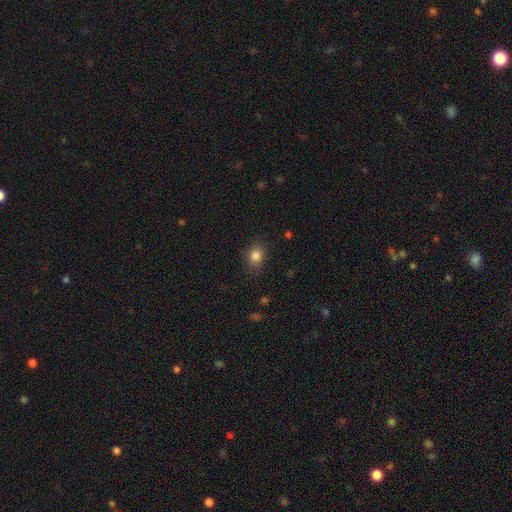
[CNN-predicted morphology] Smooth or featured: smooth — 83% (star or artifact — 11%)
How rounded: round — 56% (in between — 43%)
Merging: none — 84% (minor disturbance — 12%)